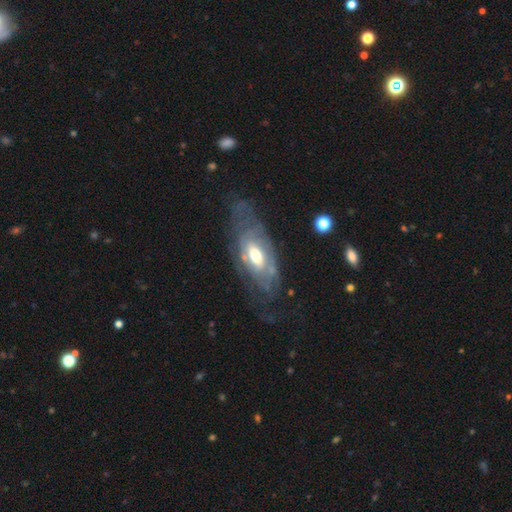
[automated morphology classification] Smooth or featured?
  - featured or disk: 72% *
  - smooth: 22%
  - star or artifact: 6%
Edge-on disk?
  - no: 87% *
  - yes: 13%
Bar?
  - no: 56% *
  - weak: 31%
  - strong: 13%
Spiral arms?
  - yes: 64% *
  - no: 36%
Bulge size?
  - moderate: 60% *
  - large: 29%
  - small: 8%
  - dominant: 2%
  - none: 1%
Merging?
  - none: 55% *
  - minor disturbance: 23%
  - major disturbance: 20%
  - merger: 2%